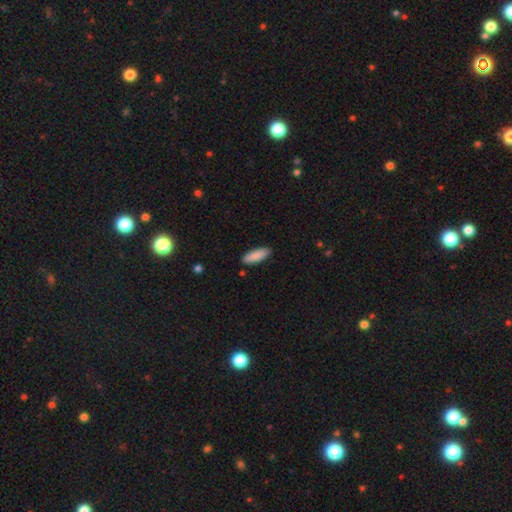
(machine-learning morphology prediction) This is clearly a smooth galaxy (88%). How rounded: possibly in between (60%). Merging: clearly none (87%).